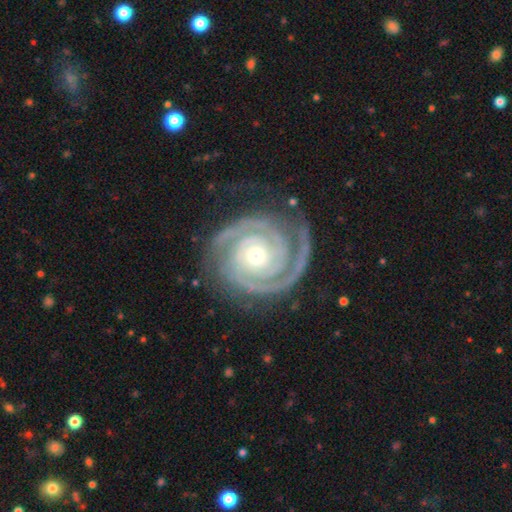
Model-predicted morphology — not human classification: A featured or disk galaxy (93%) with no bar (77%), 2 (72%) tight (84%) spiral arms (99%) and a small central bulge (51%). Merging: none (80%).